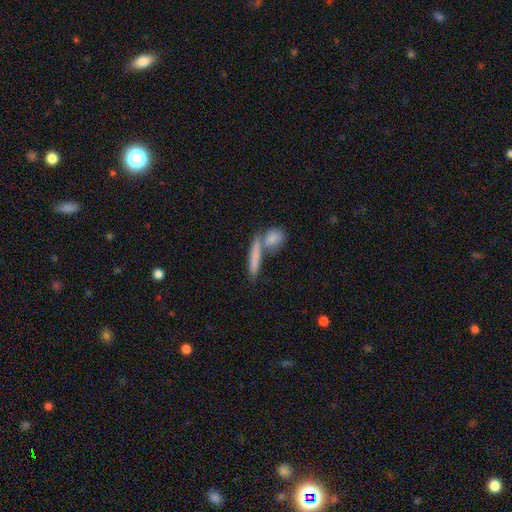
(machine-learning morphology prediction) The model was most divided on "merging": none: 56%, merger: 31%, minor disturbance: 9%, major disturbance: 4%. More confident: how rounded — cigar-shaped (78%); smooth or featured — smooth (70%).